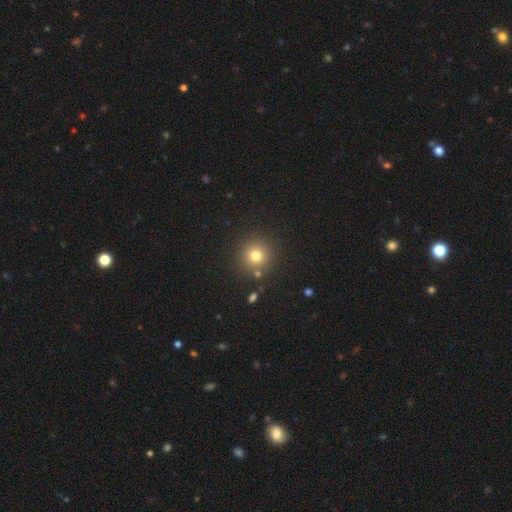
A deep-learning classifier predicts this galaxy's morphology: Q: Smooth or featured?
A: smooth (76%); runner-up: star or artifact (16%)
Q: How rounded?
A: round (94%); runner-up: in between (5%)
Q: Merging?
A: none (85%); runner-up: minor disturbance (7%)